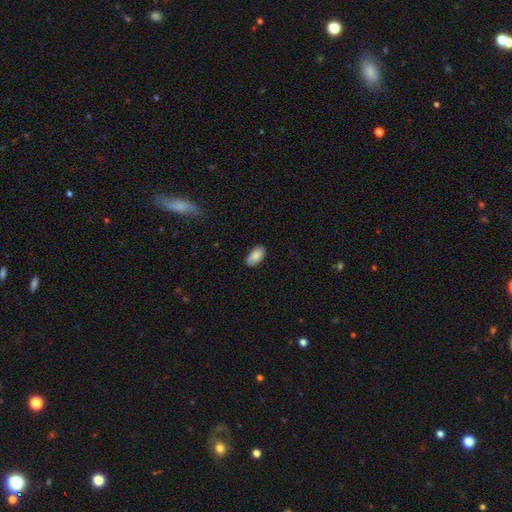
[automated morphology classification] This is clearly a smooth galaxy (84%). How rounded: clearly in between (95%). Merging: clearly none (80%).